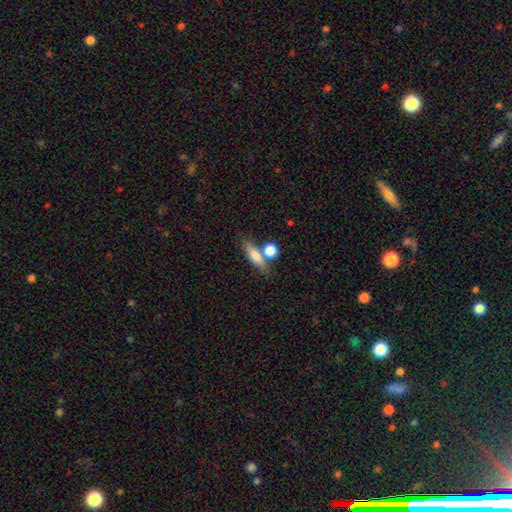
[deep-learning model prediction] Q: Smooth or featured?
A: smooth (73%); runner-up: featured or disk (19%)
Q: How rounded?
A: cigar-shaped (49%); runner-up: in between (39%)
Q: Merging?
A: none (59%); runner-up: merger (24%)